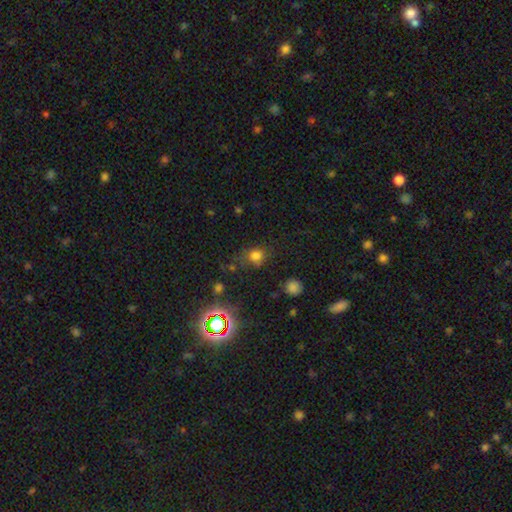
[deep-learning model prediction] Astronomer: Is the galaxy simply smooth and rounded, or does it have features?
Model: smooth — 69%.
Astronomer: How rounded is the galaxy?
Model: round — 74%.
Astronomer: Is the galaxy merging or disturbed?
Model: none — 64%.